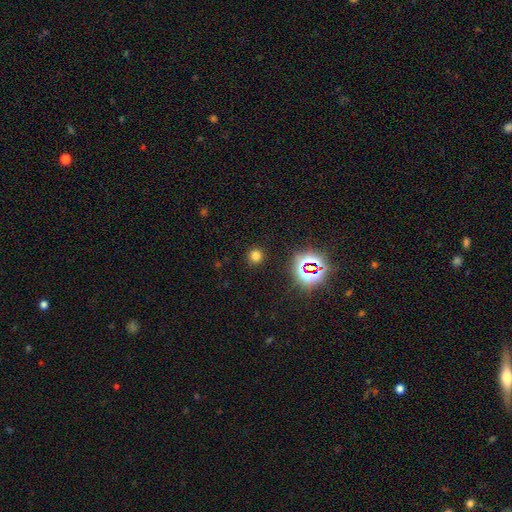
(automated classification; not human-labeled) Smooth or featured? smooth (70%)
How rounded? round (89%)
Merging? none (89%)